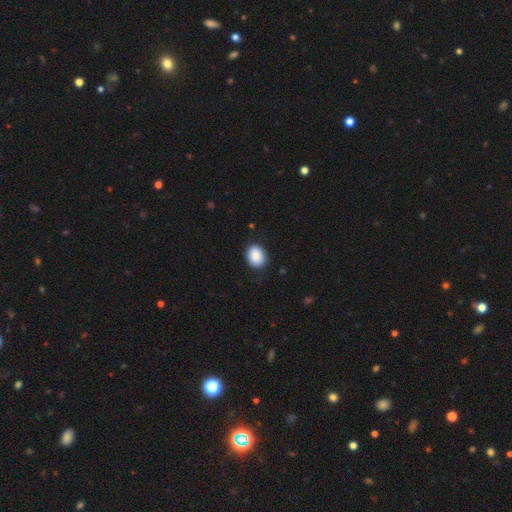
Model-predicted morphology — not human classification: This appears to be a smooth galaxy with no disk features (88%) that is in between round and cigar-shaped (52%). Merging: none (86%).